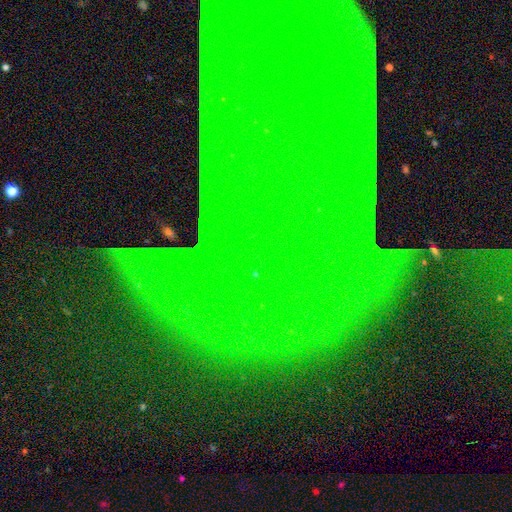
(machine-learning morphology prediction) type=star or artifact (84%).